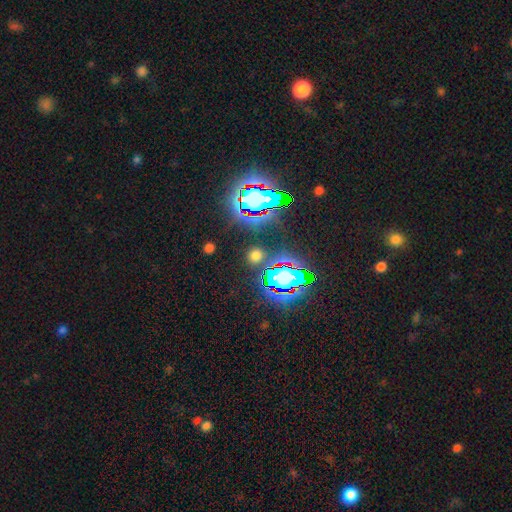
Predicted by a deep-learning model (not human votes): smooth_or_featured: smooth (p=0.47) [alt: star or artifact p=0.45]
merging: none (p=0.86) [alt: minor disturbance p=0.07]